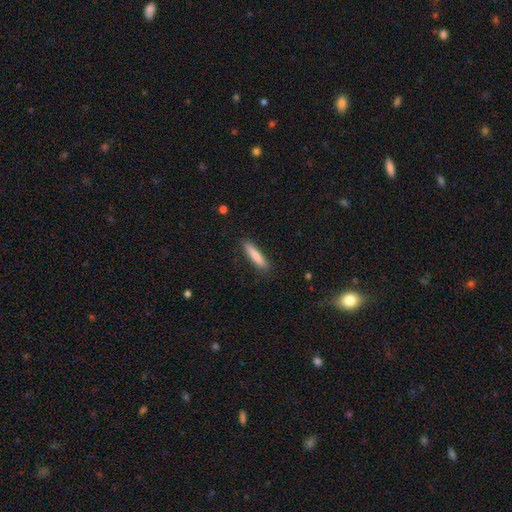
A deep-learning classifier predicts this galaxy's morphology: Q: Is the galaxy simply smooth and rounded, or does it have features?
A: smooth — 84%.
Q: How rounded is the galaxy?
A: cigar-shaped — 86%.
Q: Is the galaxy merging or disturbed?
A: none — 87%.